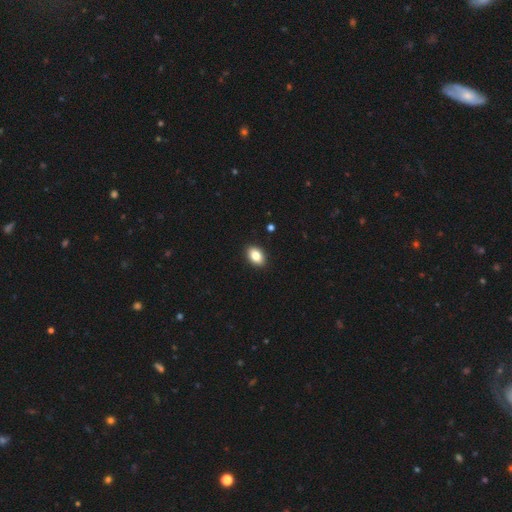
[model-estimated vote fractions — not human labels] A smooth galaxy with no disk features (84%) that is in between round and cigar-shaped (86%).

Vote fractions:
- Smooth or featured? smooth: 84% / star or artifact: 8% / featured or disk: 8%
- How rounded? in between: 86% / round: 12% / cigar-shaped: 1%
- Merging? none: 91% / minor disturbance: 6% / major disturbance: 2% / merger: 1%